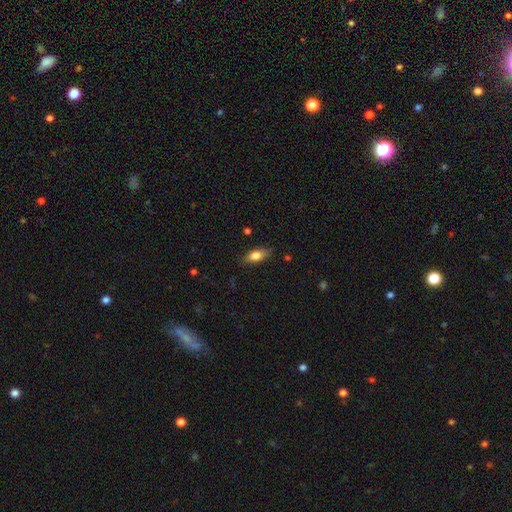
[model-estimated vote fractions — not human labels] Smooth or featured?
  - smooth: 76% *
  - featured or disk: 16%
  - star or artifact: 8%
How rounded?
  - in between: 80% *
  - cigar-shaped: 16%
  - round: 4%
Merging?
  - none: 78% *
  - minor disturbance: 17%
  - major disturbance: 4%
  - merger: 1%